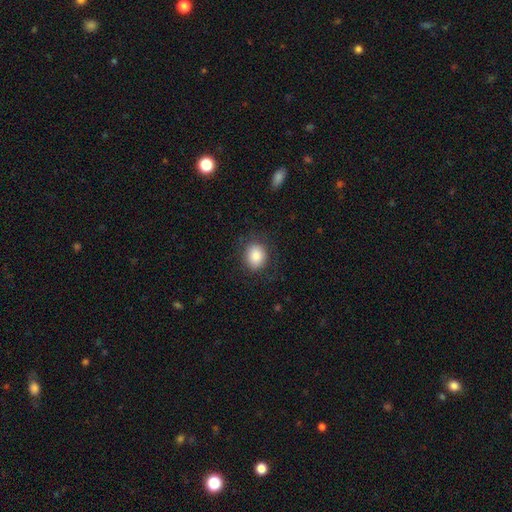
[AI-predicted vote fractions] Smooth or featured? Predicted: smooth (p=0.86). How rounded? Predicted: round (p=0.62). Merging? Predicted: none (p=0.81).